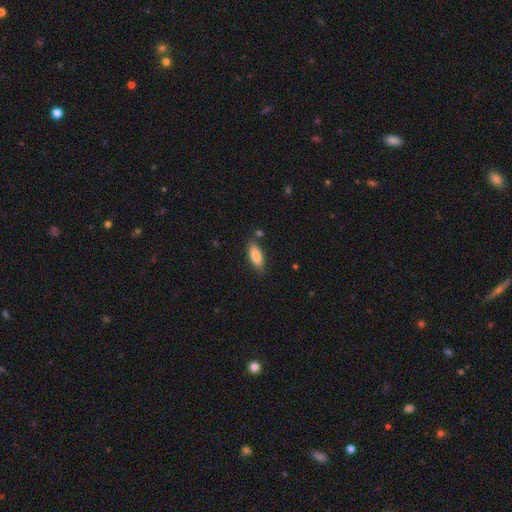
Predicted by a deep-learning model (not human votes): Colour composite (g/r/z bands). It shows a smooth galaxy with no disk features (83%) that is in between round and cigar-shaped (75%). Merging: none (81%).